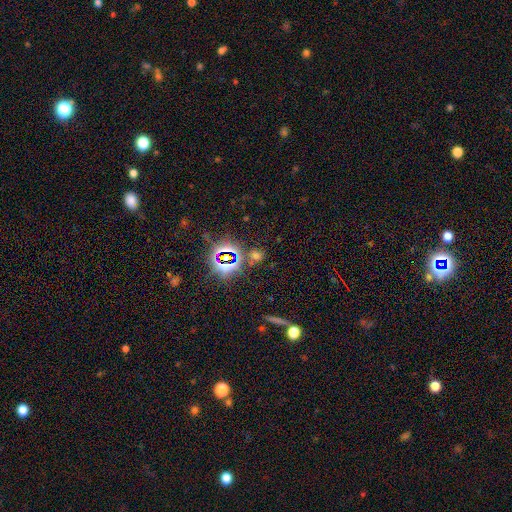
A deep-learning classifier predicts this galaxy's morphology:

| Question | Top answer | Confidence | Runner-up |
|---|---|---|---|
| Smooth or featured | star or artifact | 54% | smooth (38%) |